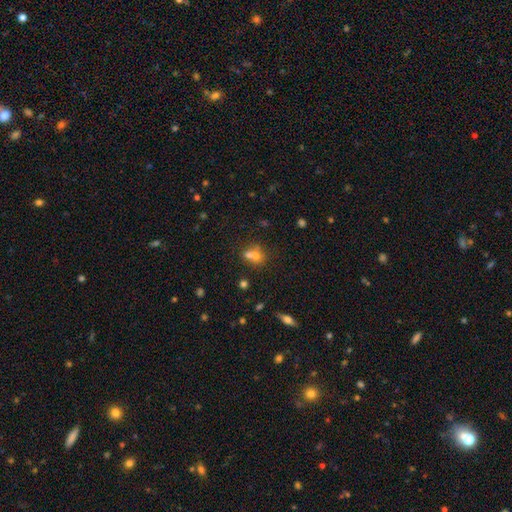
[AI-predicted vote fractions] Q: Smooth or featured?
A: smooth (65%); runner-up: featured or disk (18%)
Q: How rounded?
A: round (62%); runner-up: in between (36%)
Q: Merging?
A: merger (55%); runner-up: none (33%)